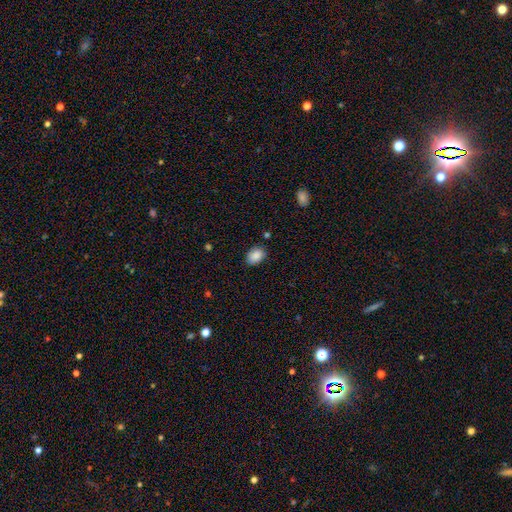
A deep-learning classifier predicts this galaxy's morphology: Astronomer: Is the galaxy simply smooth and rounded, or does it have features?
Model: smooth — 88%.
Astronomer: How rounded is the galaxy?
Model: in between — 79%.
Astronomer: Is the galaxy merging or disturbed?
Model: none — 82%.